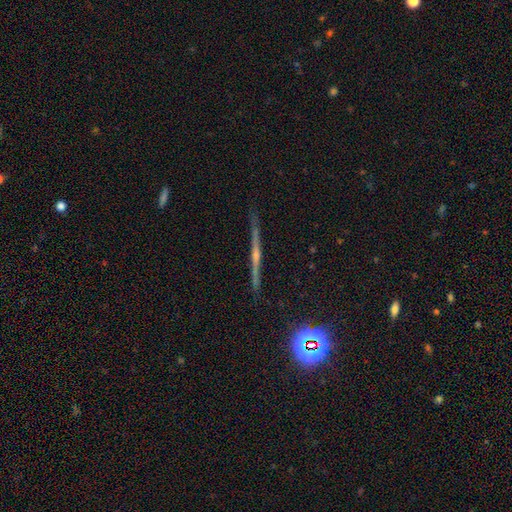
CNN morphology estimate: featured or disk 74%, star or artifact 14%, smooth 12%. Down the decision tree: edge-on disk — yes (97%); edge-on bulge — rounded (69%); merging — none (89%).